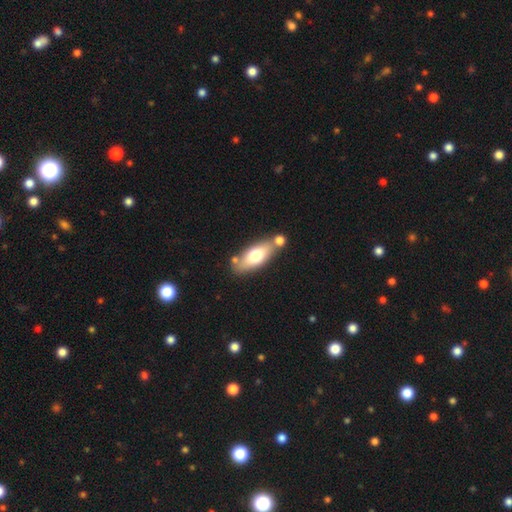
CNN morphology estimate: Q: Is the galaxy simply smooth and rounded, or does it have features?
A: smooth — 64%.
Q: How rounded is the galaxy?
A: in between — 73%.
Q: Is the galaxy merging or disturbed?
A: none — 66%.